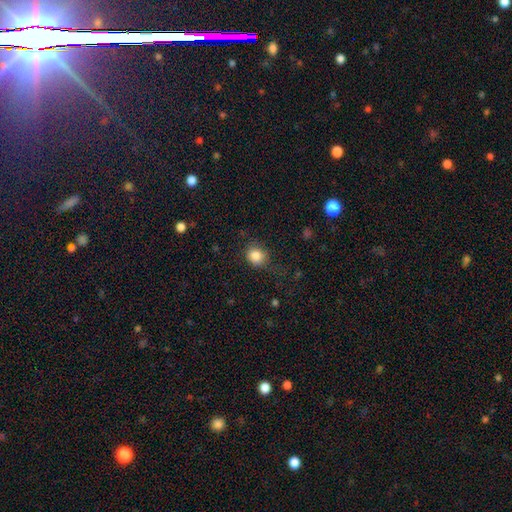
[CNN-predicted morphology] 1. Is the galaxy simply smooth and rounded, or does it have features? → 85% smooth, 10% star or artifact, 5% featured or disk.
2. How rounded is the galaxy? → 80% round, 19% in between, 1% cigar-shaped.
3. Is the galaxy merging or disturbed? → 74% none, 18% minor disturbance, 7% major disturbance, 1% merger.